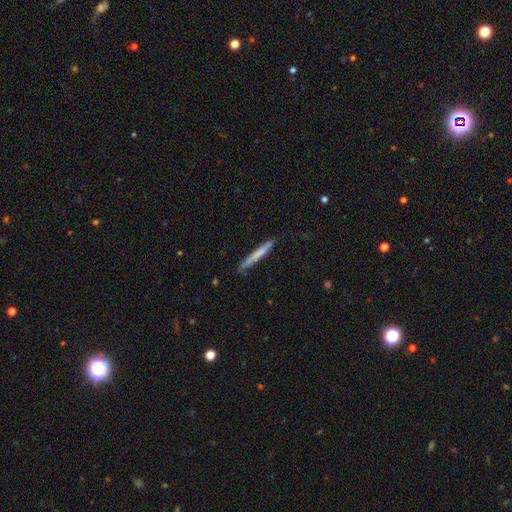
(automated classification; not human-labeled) Smooth or featured?
  - smooth: 61% *
  - featured or disk: 33%
  - star or artifact: 6%
How rounded?
  - cigar-shaped: 97% *
  - in between: 2%
  - round: 1%
Merging?
  - none: 86% *
  - minor disturbance: 11%
  - major disturbance: 2%
  - merger: 1%